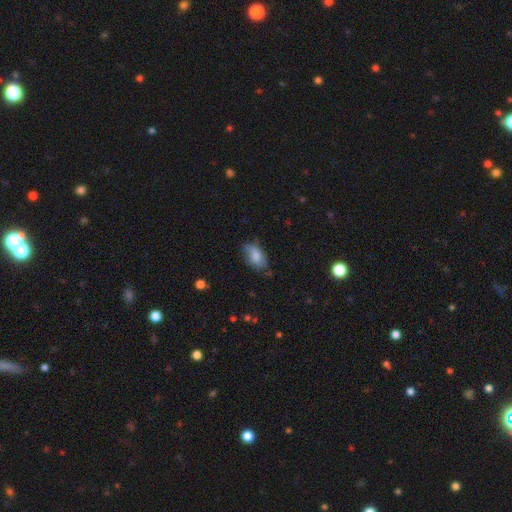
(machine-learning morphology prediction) The model was most divided on "merging": none: 57%, minor disturbance: 32%, major disturbance: 9%, merger: 2%. More confident: how rounded — in between (90%); smooth or featured — smooth (71%).